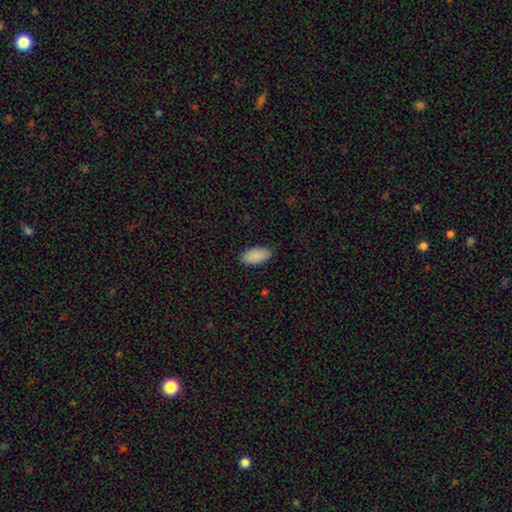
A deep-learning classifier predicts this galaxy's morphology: This appears to be a smooth galaxy with no disk features (90%) that is in between round and cigar-shaped (94%). Merging: none (87%).